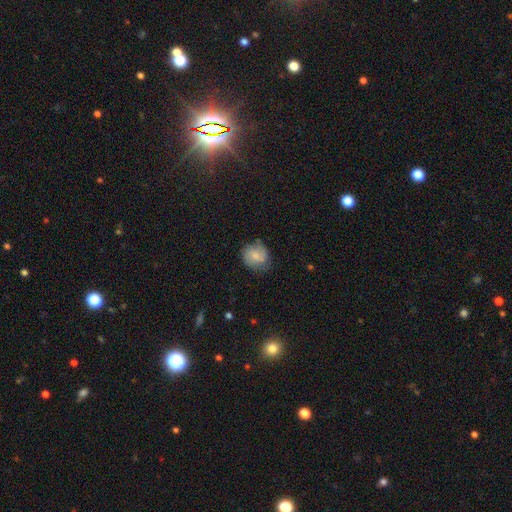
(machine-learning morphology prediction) smooth_or_featured: smooth (p=0.64) [alt: featured or disk p=0.28]
how_rounded: round (p=0.75) [alt: in between p=0.24]
merging: none (p=0.67) [alt: minor disturbance p=0.25]